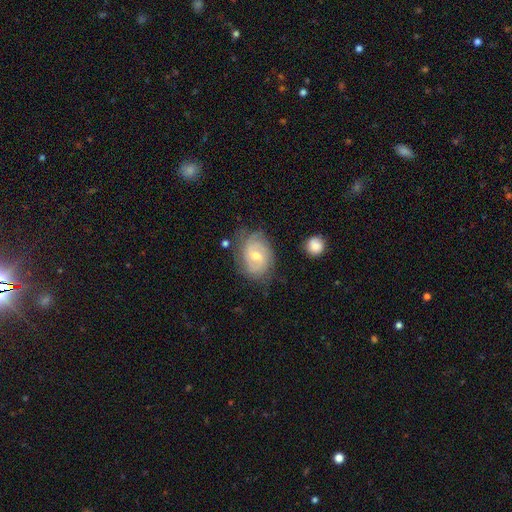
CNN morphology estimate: A featured or disk galaxy (79%) with a weak bar (51%), 2 (40%) tight (59%) spiral arms (93%) and a moderate central bulge (52%).

Vote fractions:
- Smooth or featured? featured or disk: 79% / smooth: 15% / star or artifact: 6%
- Edge-on disk? no: 97% / yes: 3%
- Bar? weak: 51% / no: 38% / strong: 10%
- Spiral arms? yes: 93% / no: 7%
- Spiral winding? tight: 59% / medium: 32% / loose: 8%
- Spiral arm count? 2: 40% / can't tell: 30% / 3: 18% / 4: 5% / 1: 4% / more than 4: 3%
- Bulge size? moderate: 52% / small: 45% / large: 2% / none: 1% / dominant: 1%
- Merging? none: 70% / minor disturbance: 20% / major disturbance: 7% / merger: 2%